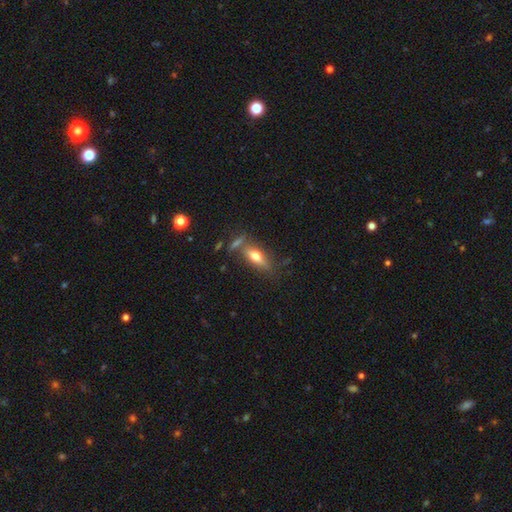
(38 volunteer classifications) Smooth or featured? smooth (45%, tied with featured or disk)
How rounded? in between (59%)
Merging? none (79%)